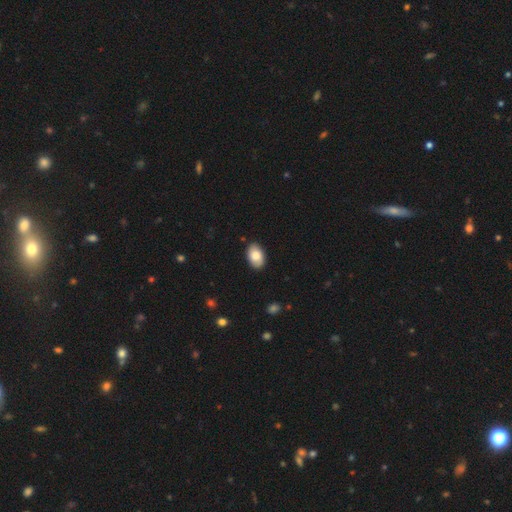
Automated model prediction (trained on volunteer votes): This appears to be a smooth galaxy with no disk features (82%) that is in between round and cigar-shaped (92%). Merging: none (88%).